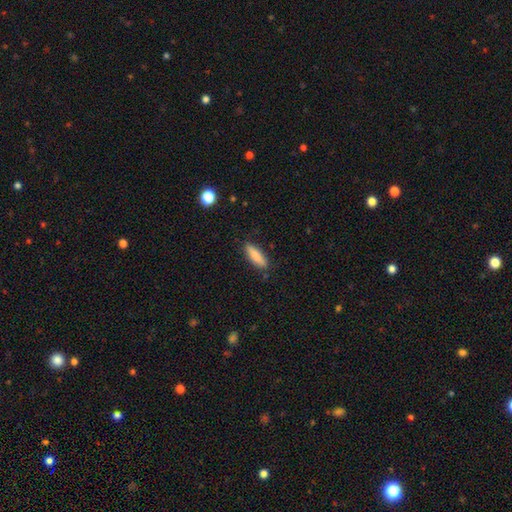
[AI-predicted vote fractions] smooth 84%, featured or disk 10%, star or artifact 6%. Down the decision tree: how rounded — cigar-shaped (56%); merging — none (84%).